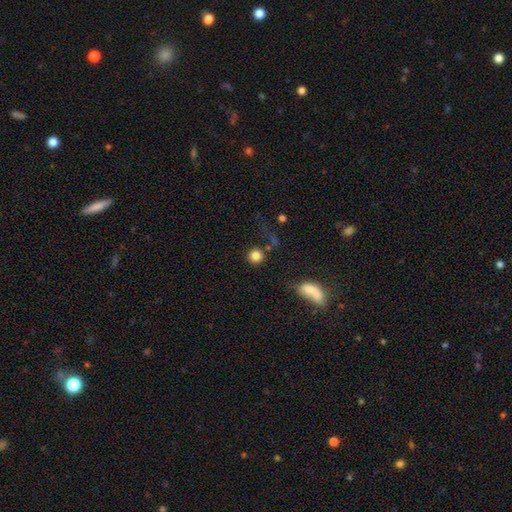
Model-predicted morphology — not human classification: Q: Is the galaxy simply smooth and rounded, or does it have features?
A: smooth — 82%.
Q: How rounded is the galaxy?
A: round — 93%.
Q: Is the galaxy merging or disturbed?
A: none — 77%.